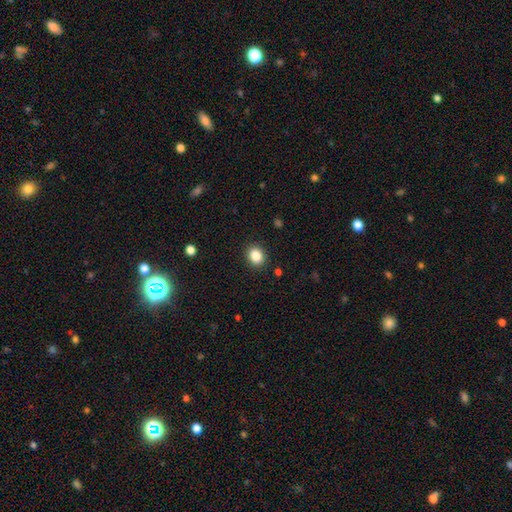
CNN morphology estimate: smooth_or_featured: smooth (p=0.86) [alt: star or artifact p=0.10]
how_rounded: round (p=0.58) [alt: in between p=0.41]
merging: none (p=0.90) [alt: minor disturbance p=0.07]